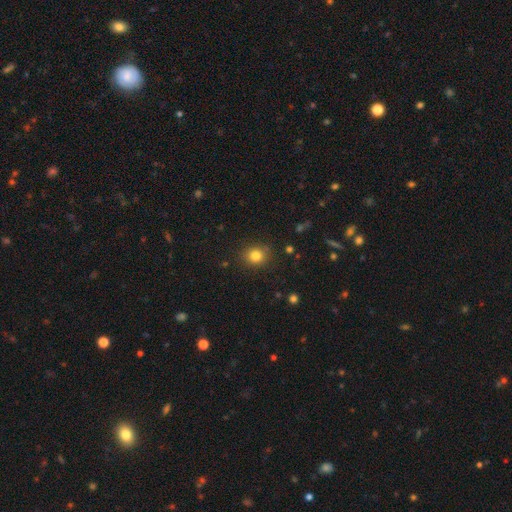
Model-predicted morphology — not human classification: Overall: smooth (82%). How rounded: round (78%). Merging: none (88%).